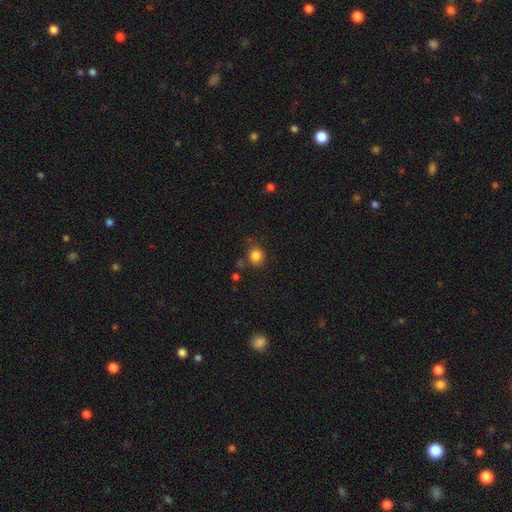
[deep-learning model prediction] Morphology: type=smooth (84%); roundness=round (82%); merging=none (77%).